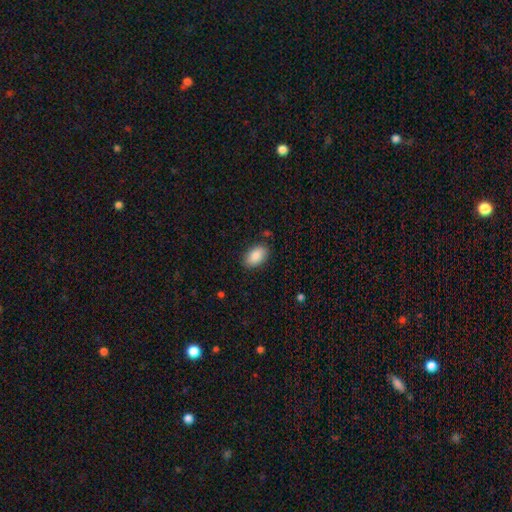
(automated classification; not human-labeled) The model was most divided on "merging": none: 84%, minor disturbance: 12%, major disturbance: 3%, merger: 2%. More confident: how rounded — in between (93%); smooth or featured — smooth (88%).